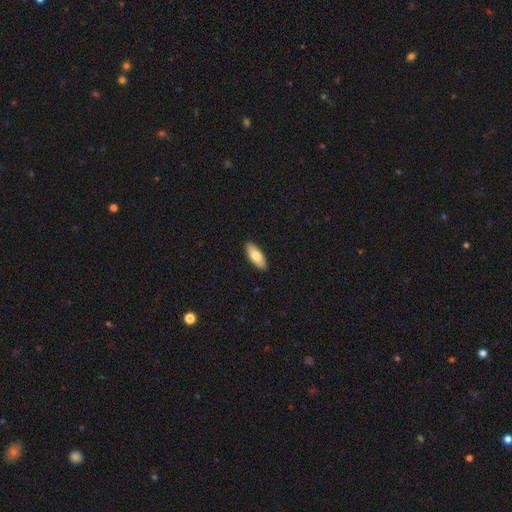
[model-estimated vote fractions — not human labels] Smooth or featured? Predicted: smooth (p=0.74). How rounded? Predicted: in between (p=0.75). Merging? Predicted: none (p=0.90).